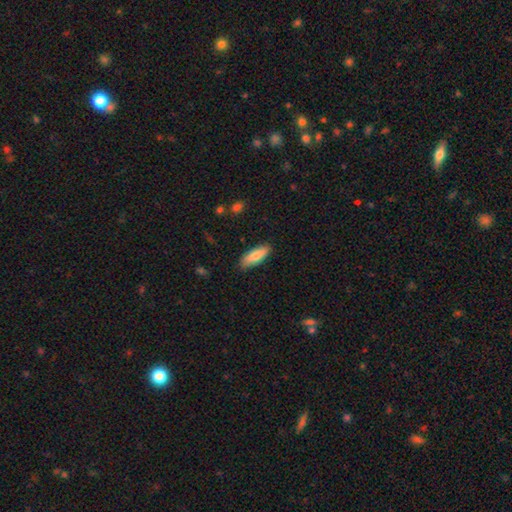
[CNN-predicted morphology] This appears to be a smooth galaxy with no disk features (81%) that is in between round and cigar-shaped (59%). Merging: none (85%).